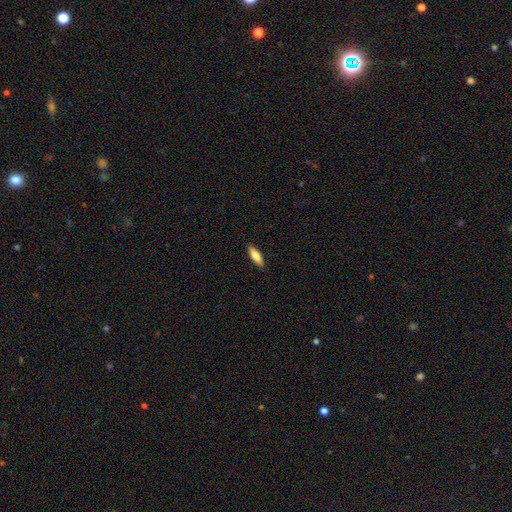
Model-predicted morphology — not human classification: Smooth or featured? smooth (80%)
How rounded? cigar-shaped (50%)
Merging? none (89%)